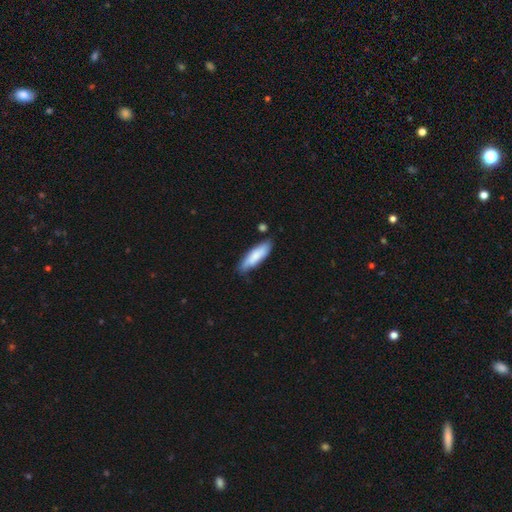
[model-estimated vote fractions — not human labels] smooth 81%, featured or disk 13%, star or artifact 6%. Down the decision tree: how rounded — cigar-shaped (59%); merging — none (75%).